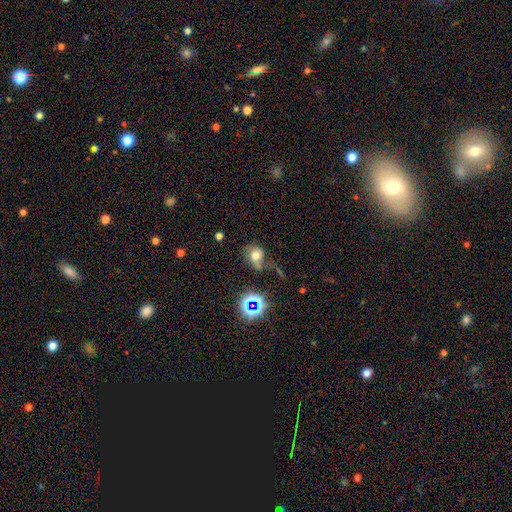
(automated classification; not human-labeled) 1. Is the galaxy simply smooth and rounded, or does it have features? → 45% smooth, 35% featured or disk, 20% star or artifact.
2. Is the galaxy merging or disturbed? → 40% none, 27% major disturbance, 24% minor disturbance, 9% merger.